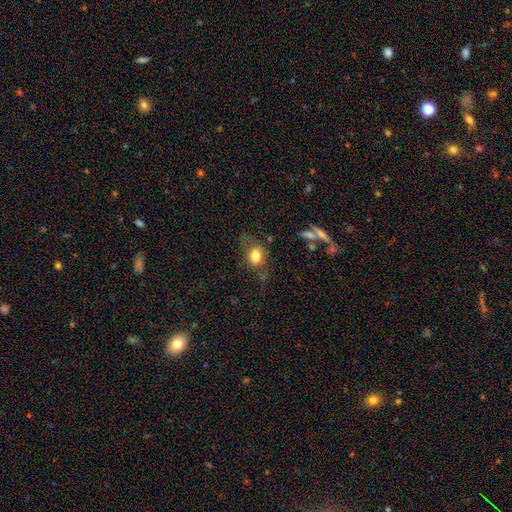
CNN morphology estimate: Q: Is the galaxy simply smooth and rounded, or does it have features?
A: smooth — 76%.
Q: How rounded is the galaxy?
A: in between — 69%.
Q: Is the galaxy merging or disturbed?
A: none — 52%.